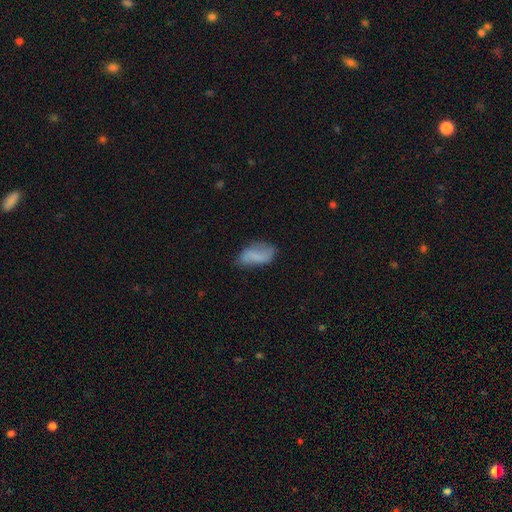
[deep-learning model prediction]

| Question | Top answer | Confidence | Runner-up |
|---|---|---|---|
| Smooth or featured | smooth | 63% | featured or disk (28%) |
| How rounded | in between | 91% | round (5%) |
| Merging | none | 55% | minor disturbance (30%) |